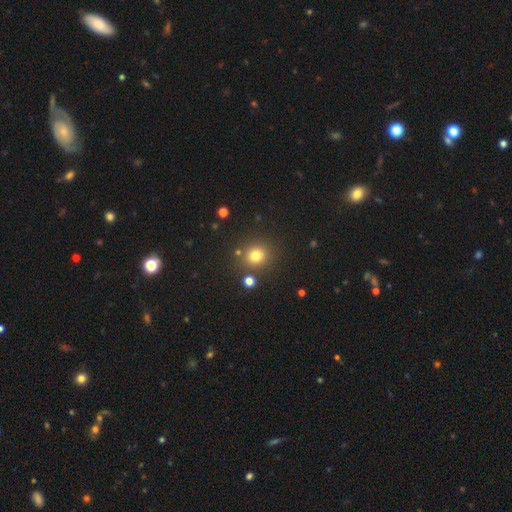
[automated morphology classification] smooth_or_featured: smooth (p=0.77) [alt: star or artifact p=0.16]
how_rounded: round (p=0.87) [alt: in between p=0.13]
merging: none (p=0.82) [alt: minor disturbance p=0.08]